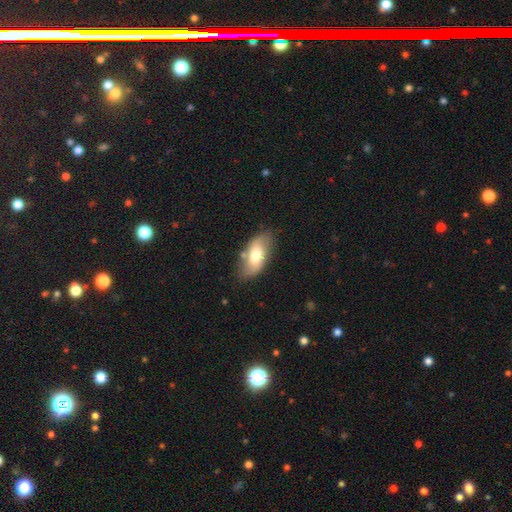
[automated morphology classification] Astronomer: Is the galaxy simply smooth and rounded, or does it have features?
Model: smooth — 65%.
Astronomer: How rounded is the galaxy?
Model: in between — 91%.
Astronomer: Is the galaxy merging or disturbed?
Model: none — 71%.